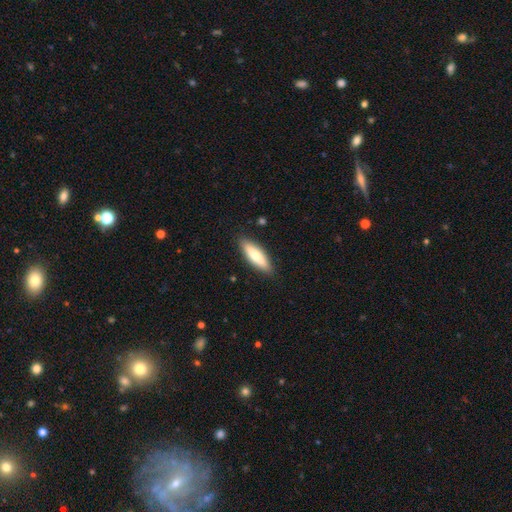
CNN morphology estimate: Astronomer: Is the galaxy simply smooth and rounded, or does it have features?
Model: smooth — 73%.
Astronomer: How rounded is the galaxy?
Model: cigar-shaped — 54% (runner-up: in between, 44%).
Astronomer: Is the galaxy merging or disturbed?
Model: none — 88%.